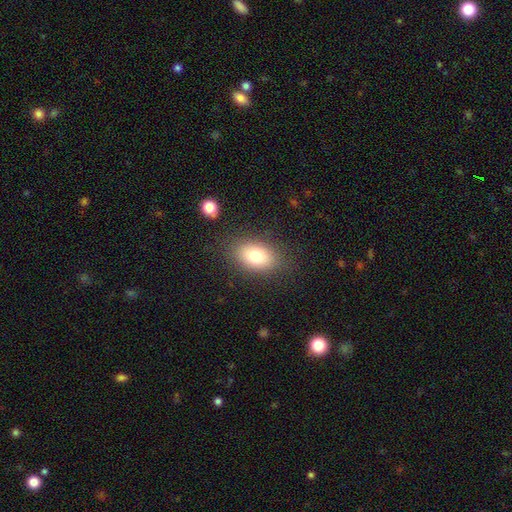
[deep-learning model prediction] smooth_or_featured: smooth (p=0.80) [alt: featured or disk p=0.11]
how_rounded: in between (p=0.85) [alt: round p=0.14]
merging: none (p=0.83) [alt: minor disturbance p=0.11]